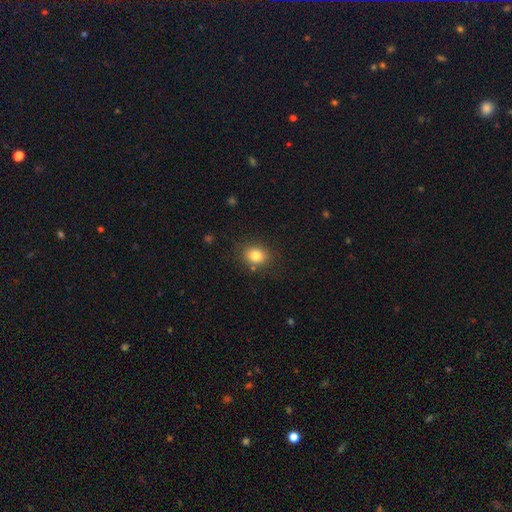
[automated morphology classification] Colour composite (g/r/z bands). It shows a smooth galaxy with no disk features (82%) that is round (60%). Merging: none (84%).